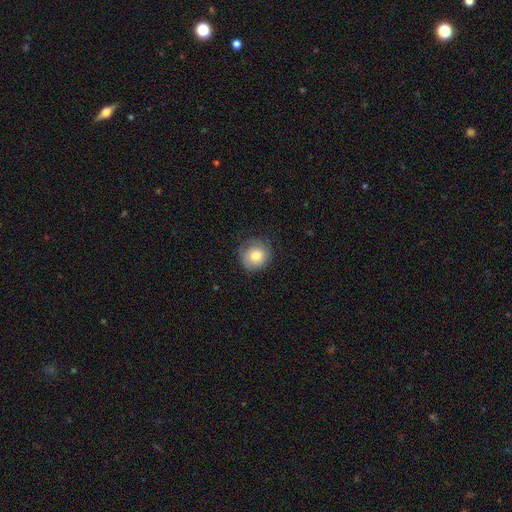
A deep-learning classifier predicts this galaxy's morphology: Smooth or featured: smooth — 74% (featured or disk — 17%)
How rounded: round — 89% (in between — 10%)
Merging: none — 71% (minor disturbance — 21%)